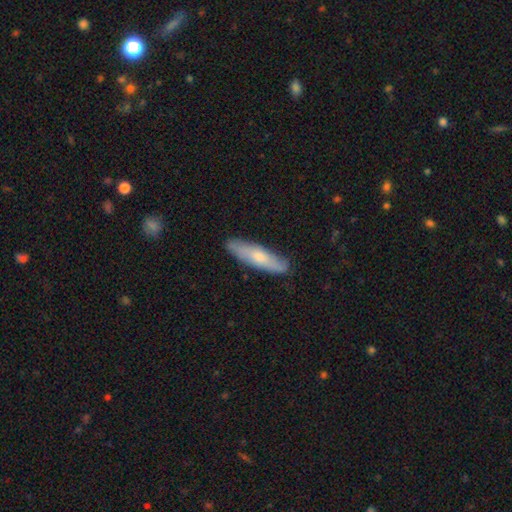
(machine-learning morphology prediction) This appears to be a smooth galaxy with no disk features (56%) that is cigar-shaped (77%). Merging: none (87%).